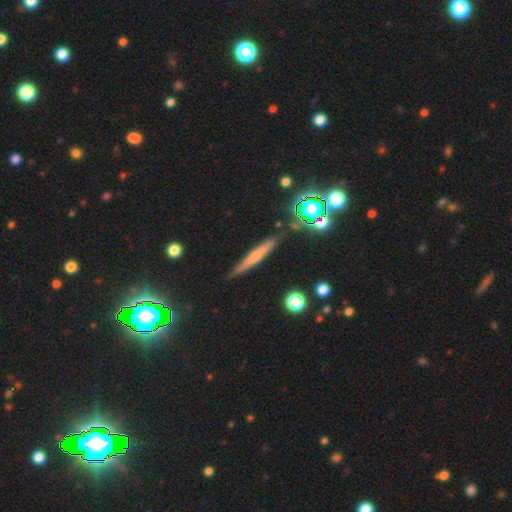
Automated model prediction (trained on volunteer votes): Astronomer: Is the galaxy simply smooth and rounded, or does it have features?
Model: smooth — 51% (runner-up: featured or disk, 39%).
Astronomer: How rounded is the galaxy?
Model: cigar-shaped — 92%.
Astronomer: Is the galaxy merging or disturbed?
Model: none — 86%.